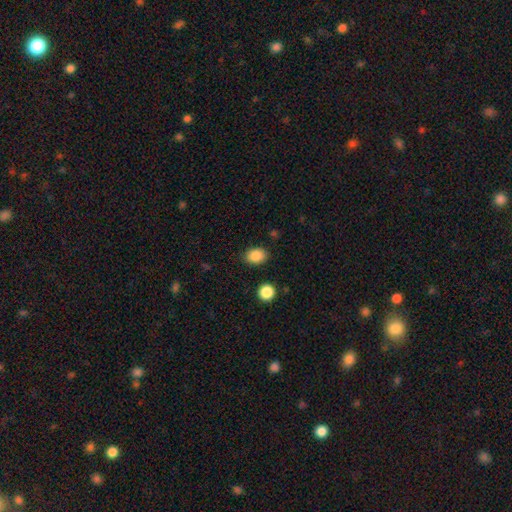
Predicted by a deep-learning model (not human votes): Morphology: type=smooth (87%); roundness=in between (71%); merging=none (85%).